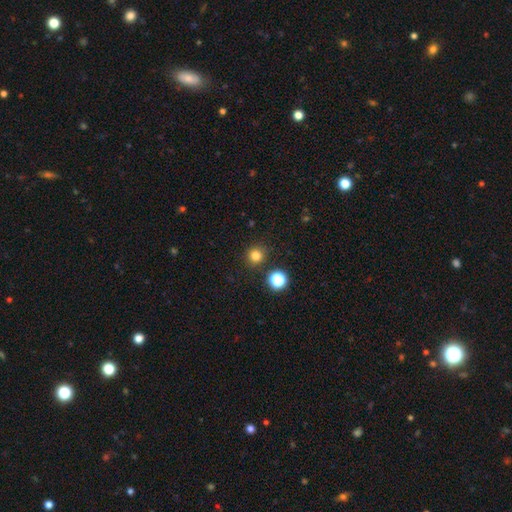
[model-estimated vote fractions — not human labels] A smooth galaxy with no disk features (80%) that is round (92%).

Vote fractions:
- Smooth or featured? smooth: 80% / star or artifact: 15% / featured or disk: 5%
- How rounded? round: 92% / in between: 7% / cigar-shaped: 1%
- Merging? none: 87% / minor disturbance: 7% / merger: 3% / major disturbance: 2%